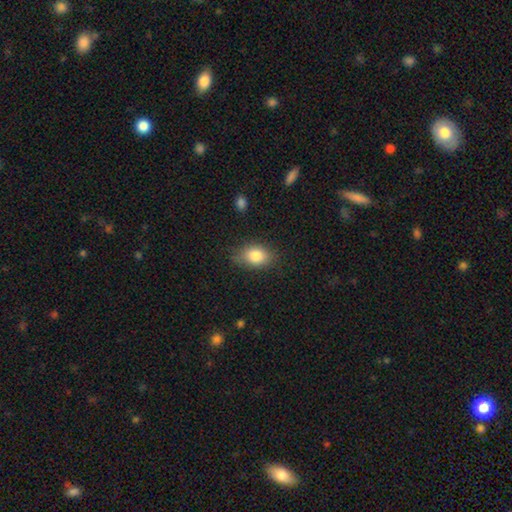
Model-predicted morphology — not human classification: Smooth or featured? Predicted: smooth (p=0.83). How rounded? Predicted: in between (p=0.75). Merging? Predicted: none (p=0.72).